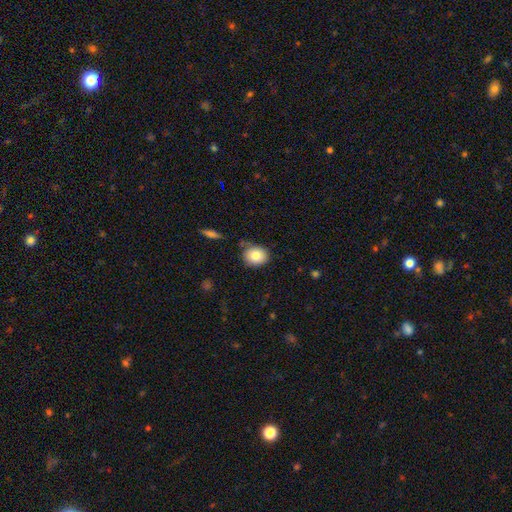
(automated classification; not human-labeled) smooth 81%, featured or disk 10%, star or artifact 9%. Down the decision tree: how rounded — round (65%); merging — none (70%).